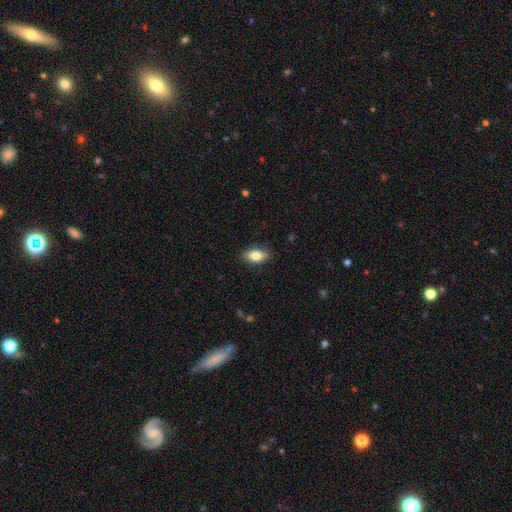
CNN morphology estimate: Overall: smooth (81%). How rounded: in between (88%). Merging: none (84%).